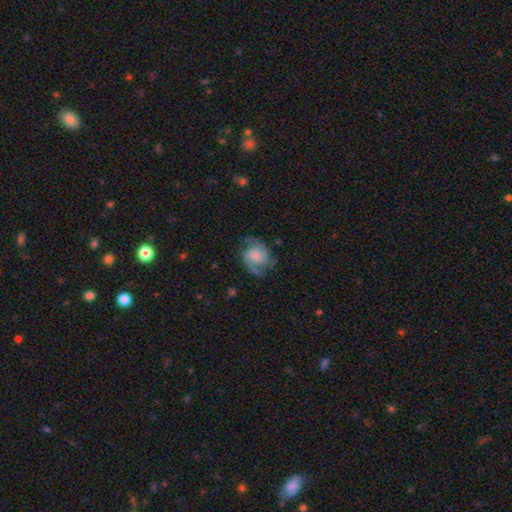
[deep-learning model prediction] featured or disk 74%, smooth 19%, star or artifact 7%. Down the decision tree: edge-on disk — no (98%); bar — no (72%); spiral arms — yes (94%); spiral arm count — 2 (82%); spiral winding — medium (49%); bulge size — small (34%); merging — none (65%).